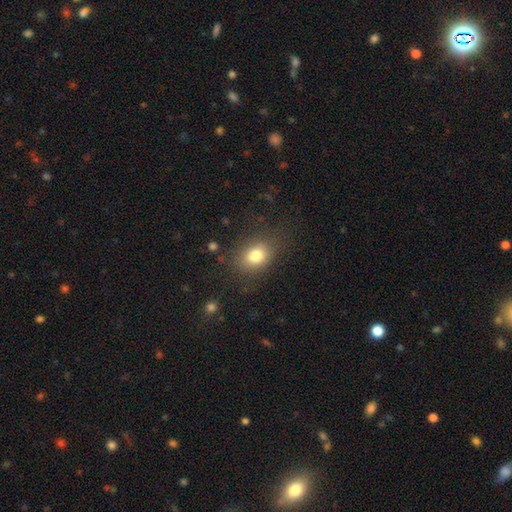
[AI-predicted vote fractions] A smooth galaxy with no disk features (79%) that is in between round and cigar-shaped (60%). Merging: none (77%).